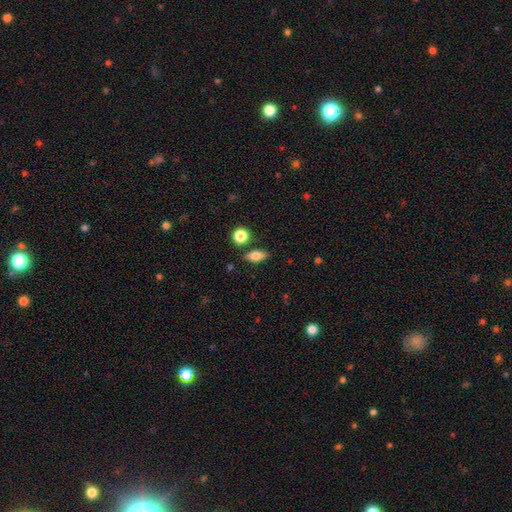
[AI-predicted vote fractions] Smooth or featured?
  - smooth: 68% *
  - featured or disk: 23%
  - star or artifact: 9%
How rounded?
  - in between: 71% *
  - cigar-shaped: 18%
  - round: 11%
Merging?
  - none: 80% *
  - minor disturbance: 12%
  - merger: 6%
  - major disturbance: 3%